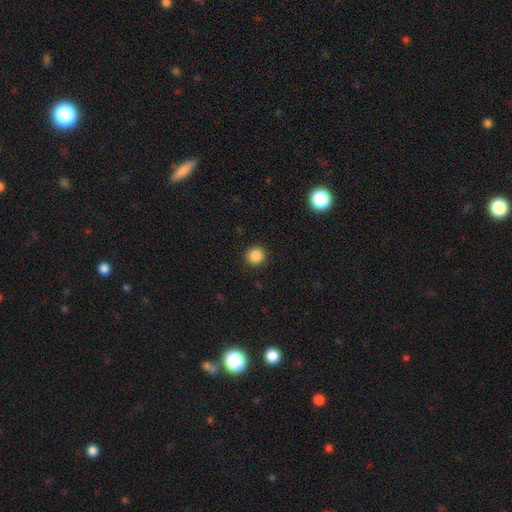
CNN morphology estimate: Q: Smooth or featured?
A: smooth (87%); runner-up: star or artifact (10%)
Q: How rounded?
A: round (94%); runner-up: in between (5%)
Q: Merging?
A: none (92%); runner-up: minor disturbance (5%)